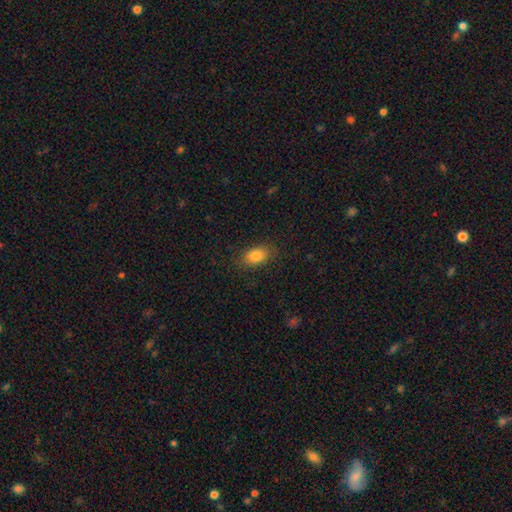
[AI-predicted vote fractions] Smooth or featured? smooth (84%)
How rounded? in between (85%)
Merging? none (85%)